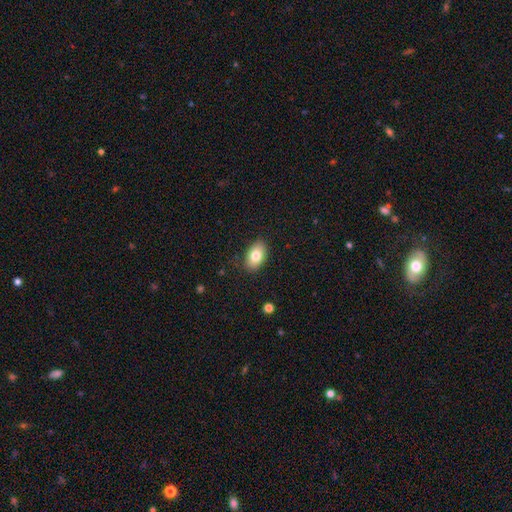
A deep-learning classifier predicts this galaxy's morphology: This is clearly a smooth galaxy (80%). How rounded: clearly in between (91%). Merging: clearly none (86%).